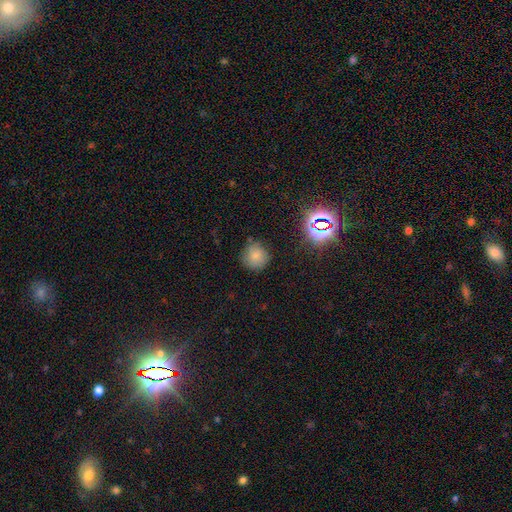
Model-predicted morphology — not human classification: smooth-or-featured: smooth: 75% | star or artifact: 16% | featured or disk: 9%
  how-rounded: round: 92% | in between: 7% | cigar-shaped: 1%
  merging: none: 80% | minor disturbance: 14% | major disturbance: 3% | merger: 2%